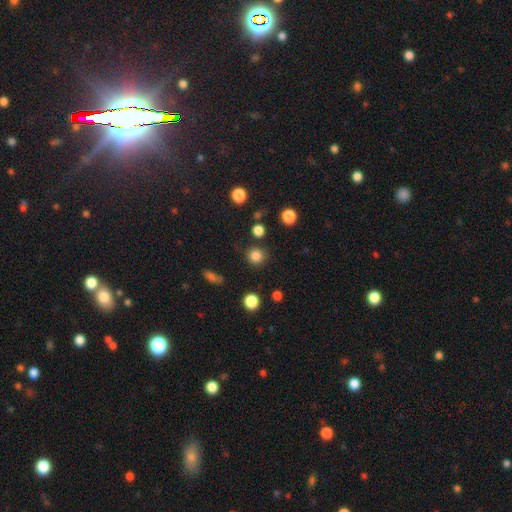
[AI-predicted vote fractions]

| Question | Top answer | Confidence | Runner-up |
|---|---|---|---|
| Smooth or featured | smooth | 83% | star or artifact (13%) |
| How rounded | round | 92% | in between (7%) |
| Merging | none | 85% | minor disturbance (8%) |